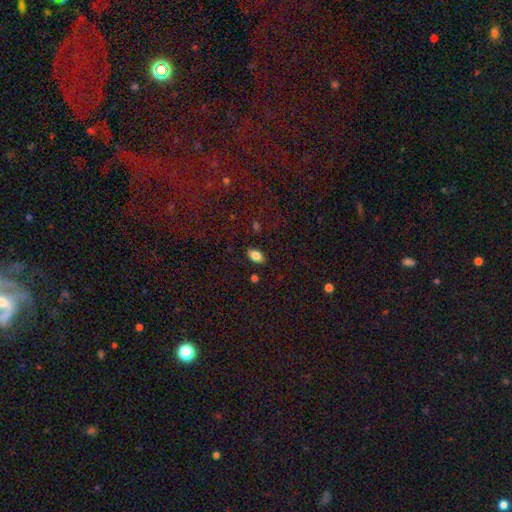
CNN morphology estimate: The model was most divided on "smooth or featured": smooth: 81%, featured or disk: 10%, star or artifact: 9%. More confident: how rounded — in between (91%); merging — none (87%).